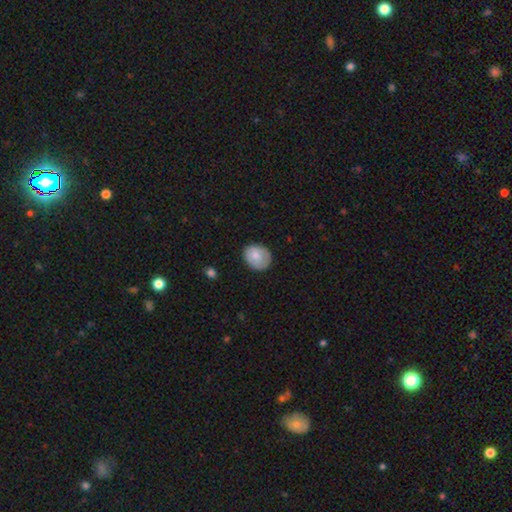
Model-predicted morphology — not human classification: This is likely a smooth galaxy (72%). How rounded: likely round (61%). Merging: likely none (75%).